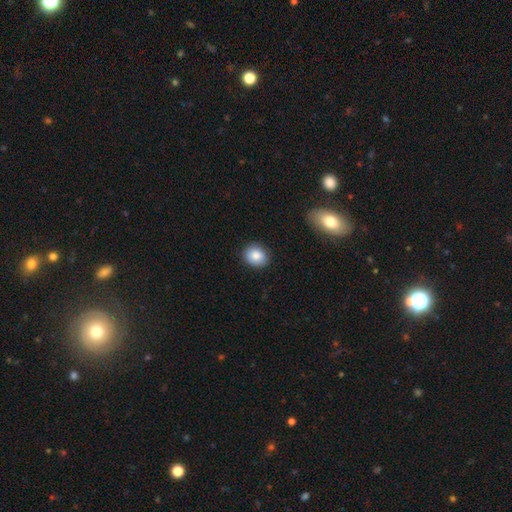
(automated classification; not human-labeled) smooth 84%, star or artifact 8%, featured or disk 7%. Down the decision tree: how rounded — round (61%); merging — none (87%).